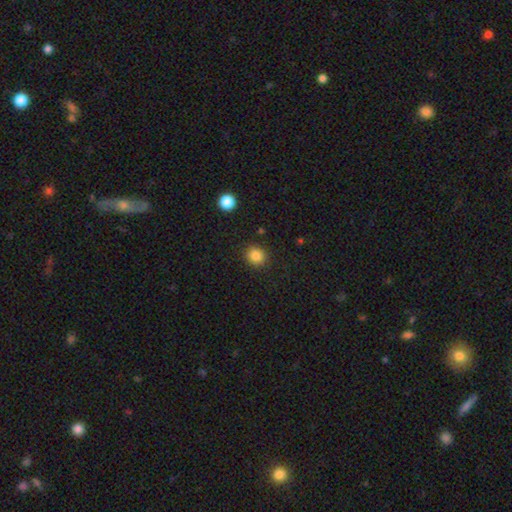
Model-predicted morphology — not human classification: A smooth galaxy with no disk features (85%) that is round (87%).

Vote fractions:
- Smooth or featured? smooth: 85% / star or artifact: 11% / featured or disk: 4%
- How rounded? round: 87% / in between: 12% / cigar-shaped: 1%
- Merging? none: 89% / minor disturbance: 7% / major disturbance: 2% / merger: 2%